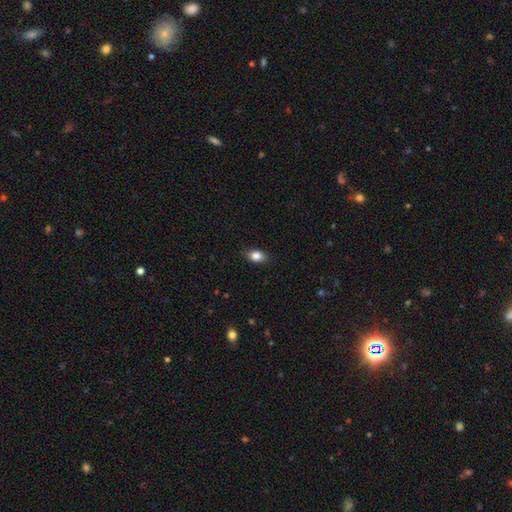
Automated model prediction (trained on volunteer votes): Smooth or featured? Predicted: smooth (p=0.84). How rounded? Predicted: in between (p=0.78). Merging? Predicted: none (p=0.85).